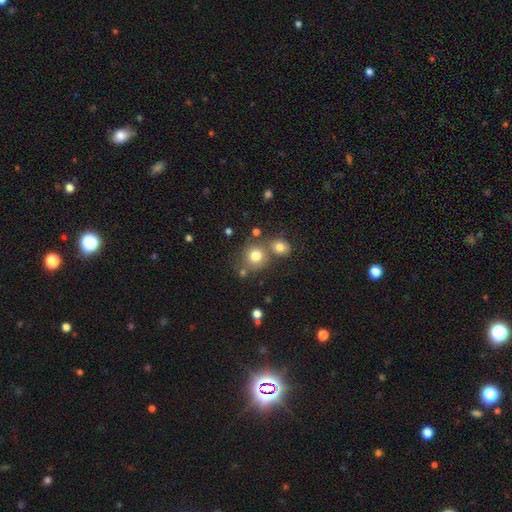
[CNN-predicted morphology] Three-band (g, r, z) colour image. It shows a smooth galaxy with no disk features (78%) that is round (85%). Merging: none (60%).